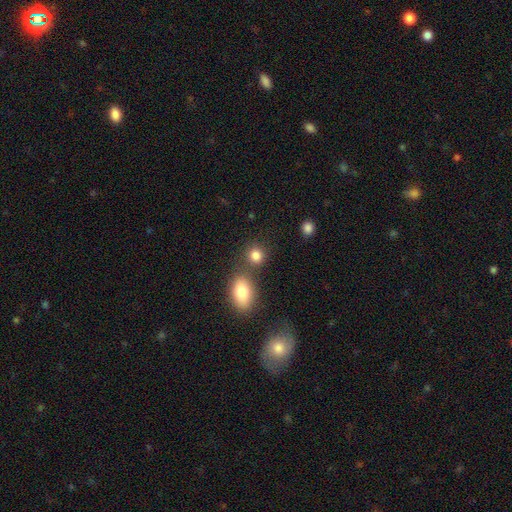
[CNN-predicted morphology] type=smooth (83%); roundness=round (75%); merging=none (67%).